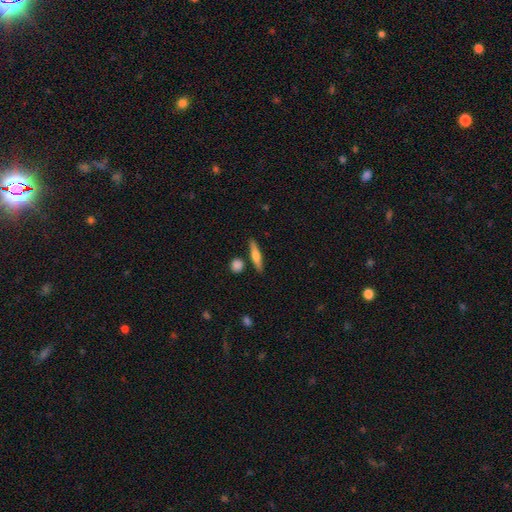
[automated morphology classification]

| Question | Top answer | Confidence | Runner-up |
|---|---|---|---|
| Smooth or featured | smooth | 49% | featured or disk (45%) |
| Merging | none | 84% | minor disturbance (9%) |